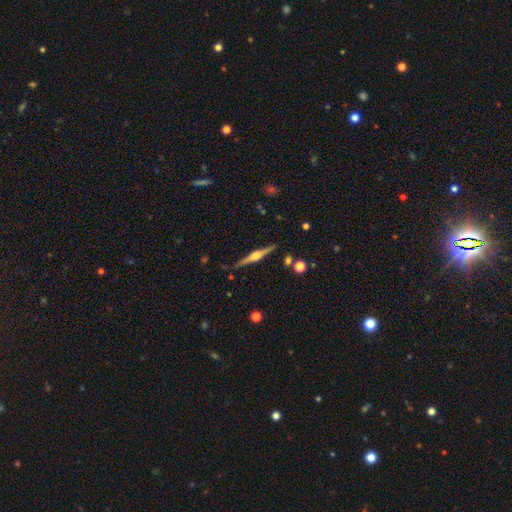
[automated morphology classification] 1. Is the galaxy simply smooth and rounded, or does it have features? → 82% featured or disk, 13% smooth, 6% star or artifact.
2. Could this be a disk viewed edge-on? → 98% yes, 2% no.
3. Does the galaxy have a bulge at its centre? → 87% rounded, 11% boxy, 3% none.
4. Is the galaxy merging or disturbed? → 88% none, 8% minor disturbance, 2% merger, 2% major disturbance.